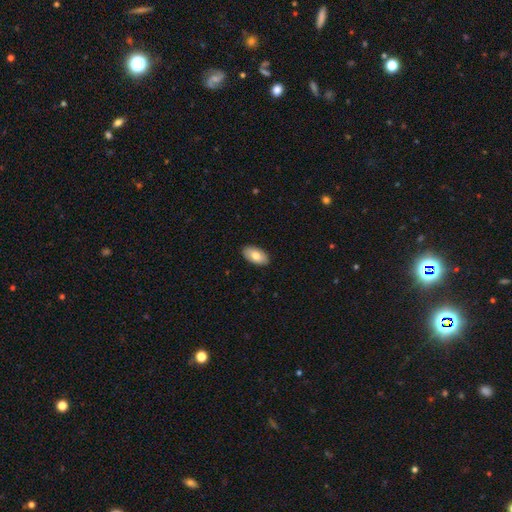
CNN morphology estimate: type=smooth (77%); roundness=in between (95%); merging=none (90%).